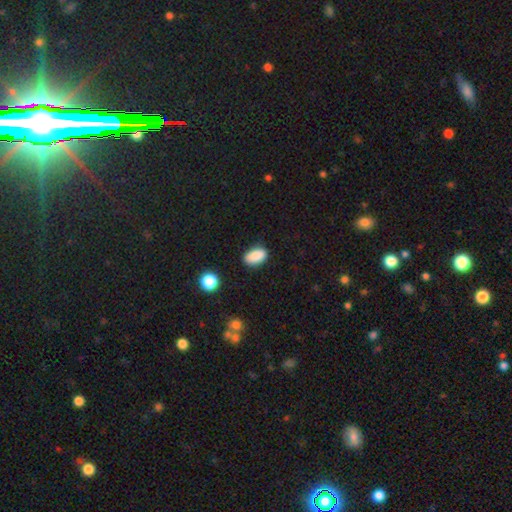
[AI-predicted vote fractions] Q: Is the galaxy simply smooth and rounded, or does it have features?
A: smooth — 88%.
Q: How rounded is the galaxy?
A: in between — 91%.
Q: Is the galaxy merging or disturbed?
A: none — 81%.